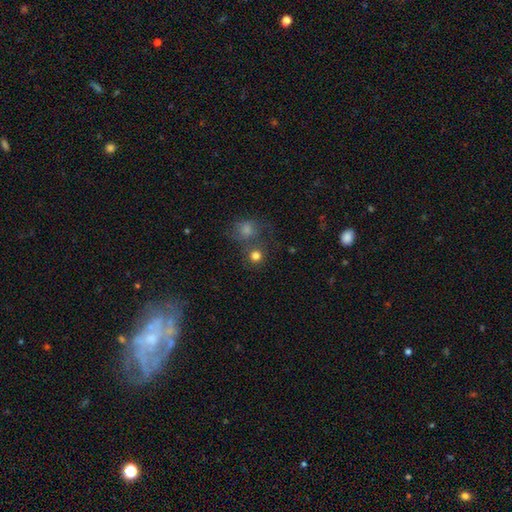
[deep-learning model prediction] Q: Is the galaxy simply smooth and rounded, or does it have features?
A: smooth — 79%.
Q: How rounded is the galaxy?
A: round — 87%.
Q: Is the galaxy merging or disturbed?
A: none — 57%.